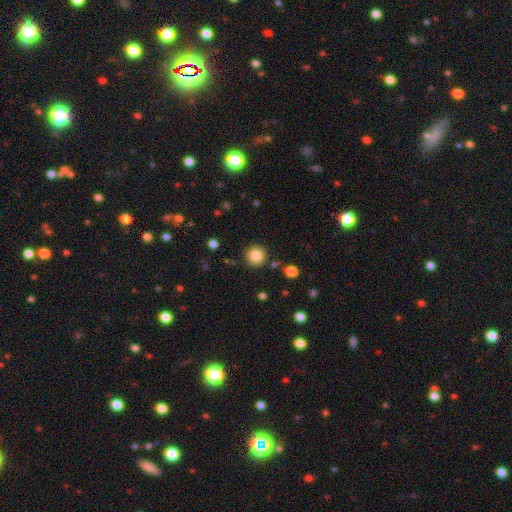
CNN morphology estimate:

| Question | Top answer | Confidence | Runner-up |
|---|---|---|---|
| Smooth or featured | smooth | 84% | star or artifact (10%) |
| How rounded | round | 95% | in between (4%) |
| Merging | none | 89% | minor disturbance (6%) |